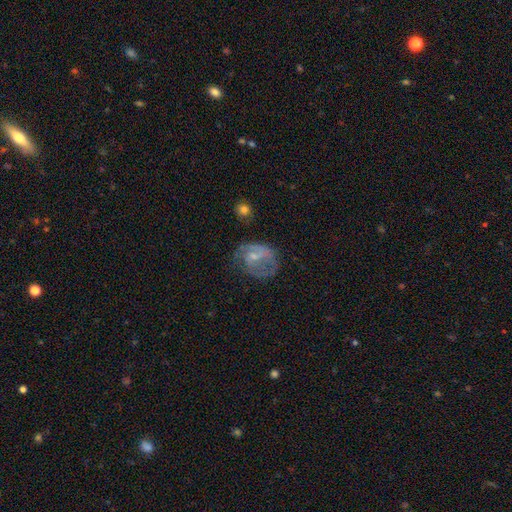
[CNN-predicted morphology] This is likely a featured or disk galaxy (60%). It is clearly not viewed edge-on (97%). Bar: possibly no (52%). Spiral arm pattern: likely yes (64%). Central bulge: possibly small (56%). Merging: marginally none (43%).